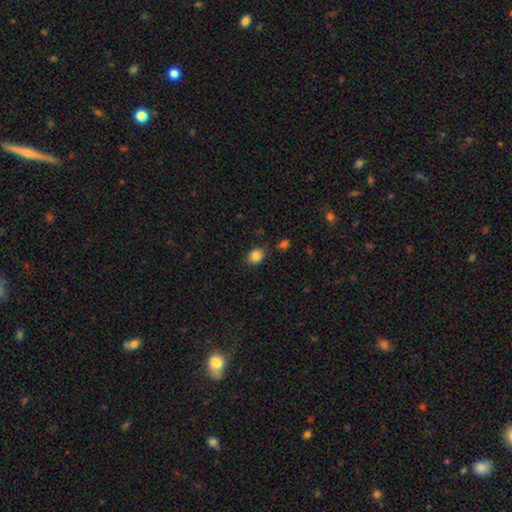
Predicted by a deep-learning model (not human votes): smooth_or_featured: smooth (p=0.86) [alt: star or artifact p=0.10]
how_rounded: in between (p=0.53) [alt: round p=0.46]
merging: none (p=0.79) [alt: minor disturbance p=0.14]